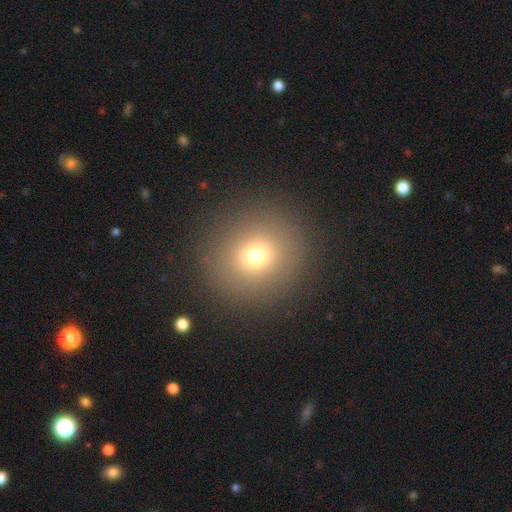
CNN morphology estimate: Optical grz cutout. It shows a smooth galaxy with no disk features (71%) that is round (91%). Merging: none (90%).